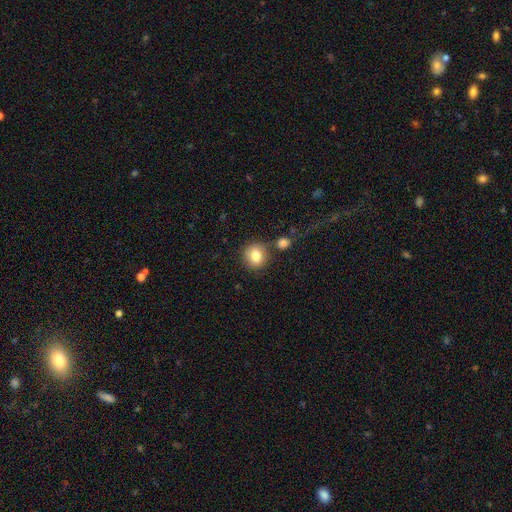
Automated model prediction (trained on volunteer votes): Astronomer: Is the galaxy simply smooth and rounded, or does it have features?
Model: smooth — 81%.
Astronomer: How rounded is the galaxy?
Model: round — 84%.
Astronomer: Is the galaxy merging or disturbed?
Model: none — 76%.